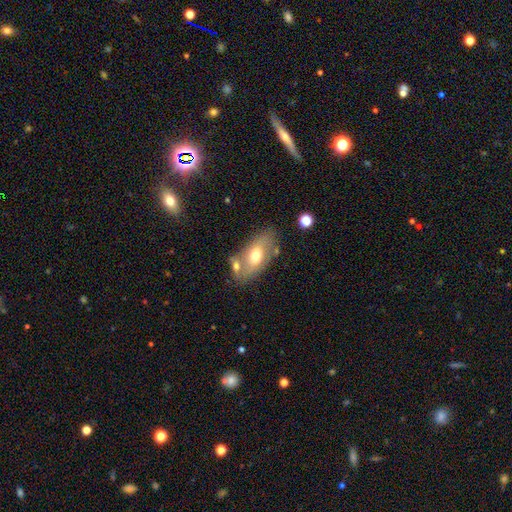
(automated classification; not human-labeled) smooth 60%, featured or disk 33%, star or artifact 7%. Down the decision tree: how rounded — in between (89%); merging — none (62%).